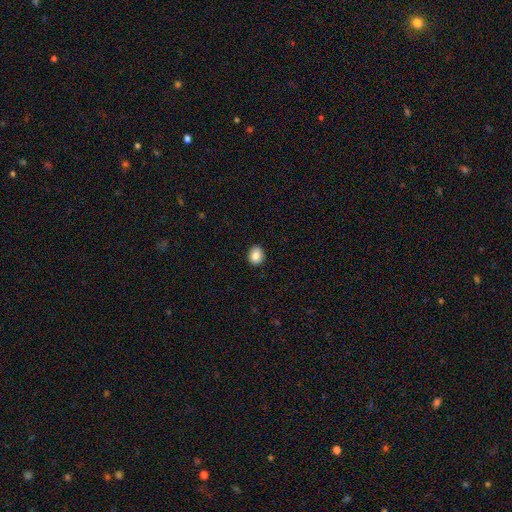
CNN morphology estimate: smooth_or_featured: smooth (p=0.85) [alt: star or artifact p=0.09]
how_rounded: round (p=0.65) [alt: in between p=0.34]
merging: none (p=0.91) [alt: minor disturbance p=0.06]